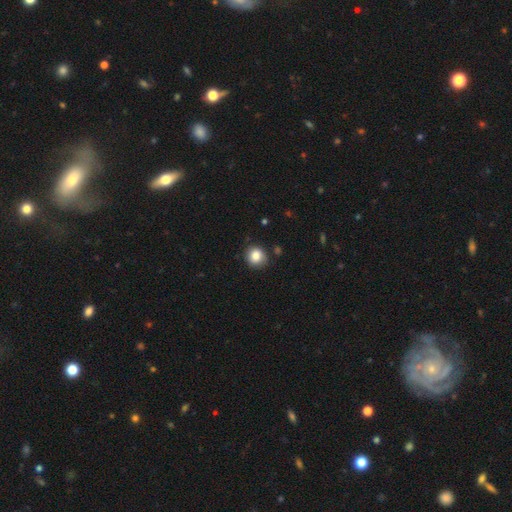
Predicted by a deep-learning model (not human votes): A smooth galaxy with no disk features (84%) that is round (87%). Merging: none (84%).